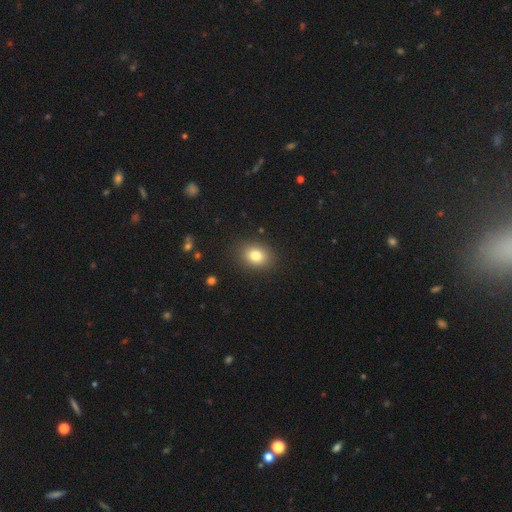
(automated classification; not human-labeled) Smooth or featured? Predicted: smooth (p=0.81). How rounded? Predicted: in between (p=0.56). Merging? Predicted: none (p=0.87).